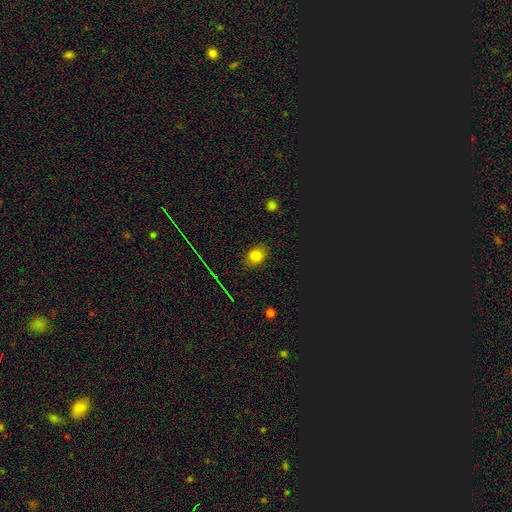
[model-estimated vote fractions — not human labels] Q: Smooth or featured?
A: smooth (77%); runner-up: star or artifact (16%)
Q: How rounded?
A: in between (55%); runner-up: round (44%)
Q: Merging?
A: none (85%); runner-up: minor disturbance (11%)